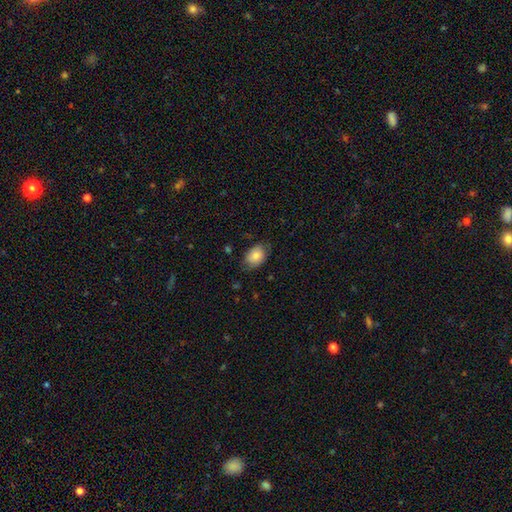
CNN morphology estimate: smooth 79%, featured or disk 14%, star or artifact 7%. Down the decision tree: how rounded — in between (81%); merging — none (68%).